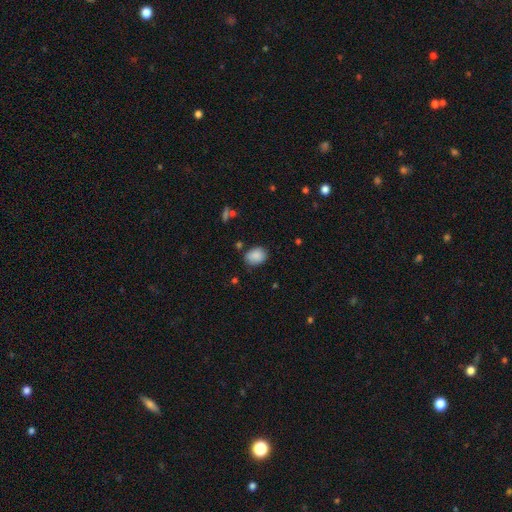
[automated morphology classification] Smooth or featured: smooth — 87% (star or artifact — 8%)
How rounded: in between — 65% (round — 34%)
Merging: none — 77% (minor disturbance — 17%)